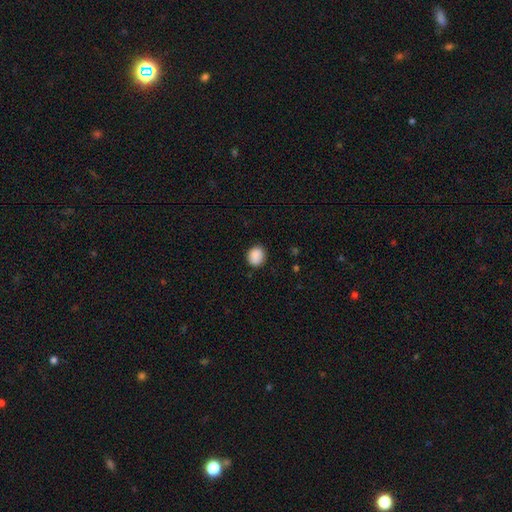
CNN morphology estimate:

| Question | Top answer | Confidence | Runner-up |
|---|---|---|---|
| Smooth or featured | smooth | 88% | star or artifact (8%) |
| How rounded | round | 72% | in between (28%) |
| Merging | none | 85% | minor disturbance (11%) |